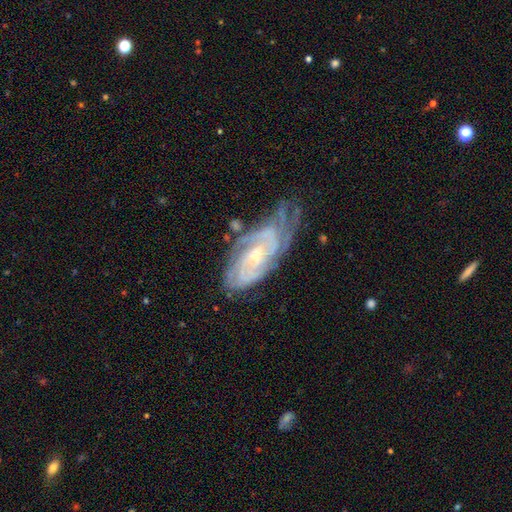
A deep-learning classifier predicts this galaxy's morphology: smooth_or_featured: featured or disk (p=0.87) [alt: smooth p=0.07]
disk_edge_on: no (p=0.94) [alt: yes p=0.06]
bar: no (p=0.63) [alt: weak p=0.28]
has_spiral_arms: yes (p=0.96) [alt: no p=0.04]
spiral_winding: tight (p=0.71) [alt: medium p=0.24]
spiral_arm_count: can't tell (p=0.31) [alt: 2 p=0.22]
bulge_size: small (p=0.65) [alt: moderate p=0.32]
merging: none (p=0.51) [alt: minor disturbance p=0.29]